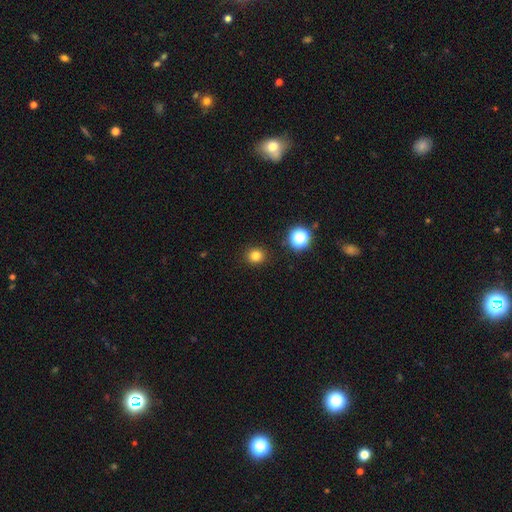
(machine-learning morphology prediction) A smooth galaxy with no disk features (79%) that is round (88%). Merging: none (92%).